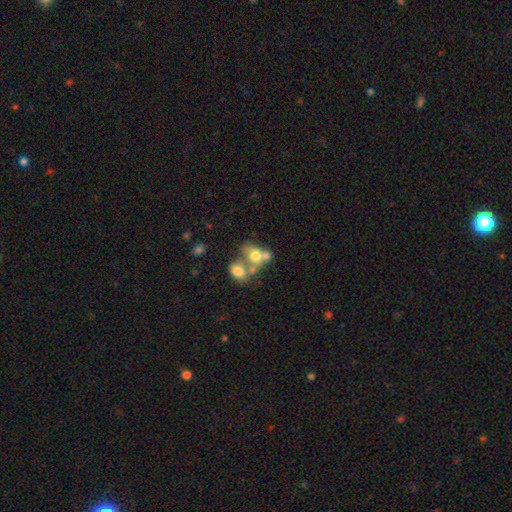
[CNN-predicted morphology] A smooth galaxy with no disk features (62%) that is in between round and cigar-shaped (56%).

Vote fractions:
- Smooth or featured? smooth: 62% / featured or disk: 27% / star or artifact: 11%
- How rounded? in between: 56% / round: 42% / cigar-shaped: 2%
- Merging? merger: 65% / none: 20% / minor disturbance: 8% / major disturbance: 7%